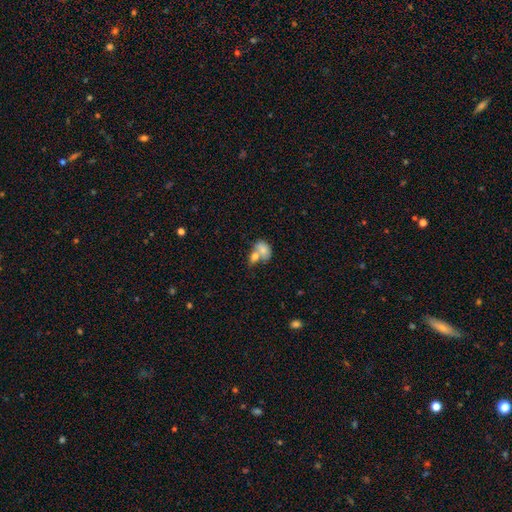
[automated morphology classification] A smooth galaxy with no disk features (72%) that is in between round and cigar-shaped (74%). Merging: merger (60%).